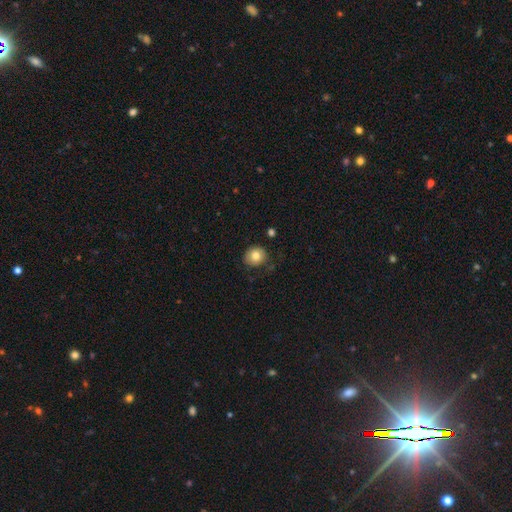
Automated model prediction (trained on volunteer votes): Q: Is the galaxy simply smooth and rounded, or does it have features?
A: smooth — 81%.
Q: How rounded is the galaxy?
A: round — 80%.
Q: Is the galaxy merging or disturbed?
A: none — 78%.